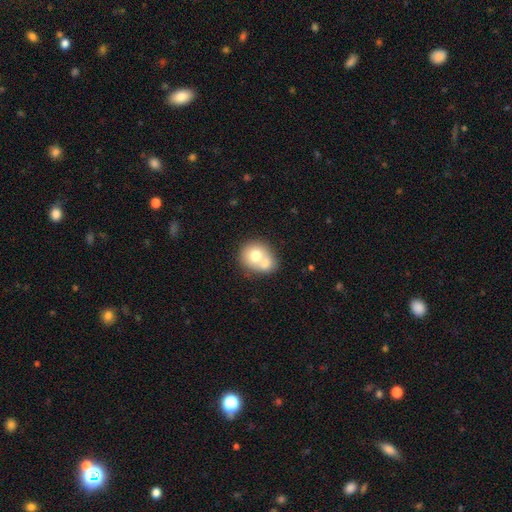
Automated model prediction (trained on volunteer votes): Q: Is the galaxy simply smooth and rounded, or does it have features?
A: smooth — 67%.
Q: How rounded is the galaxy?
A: round — 70%.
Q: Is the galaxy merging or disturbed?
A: merger — 62%.